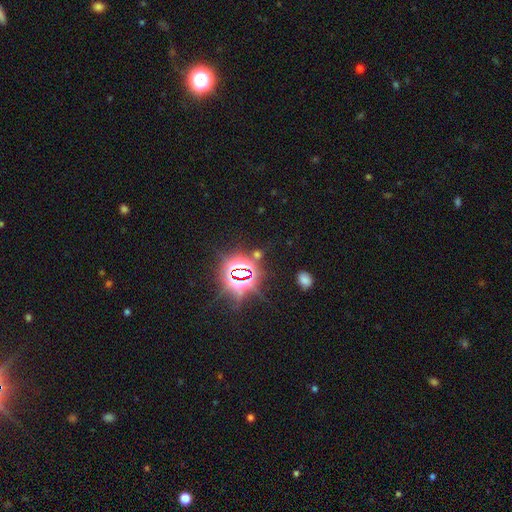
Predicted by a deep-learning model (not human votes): smooth_or_featured: star or artifact (p=0.82) [alt: smooth p=0.11]